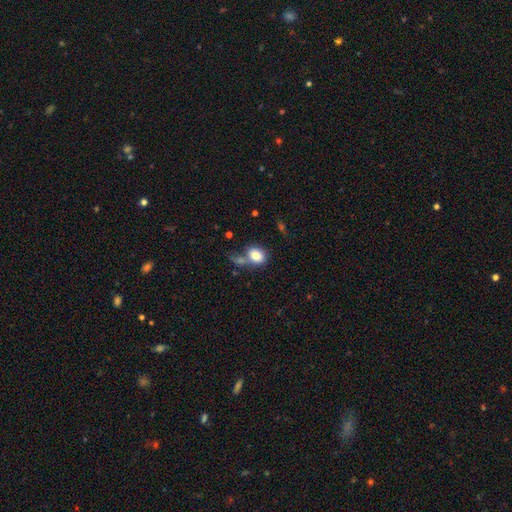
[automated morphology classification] Q: Smooth or featured?
A: smooth (81%); runner-up: featured or disk (10%)
Q: How rounded?
A: in between (68%); runner-up: round (31%)
Q: Merging?
A: none (45%); runner-up: merger (28%)